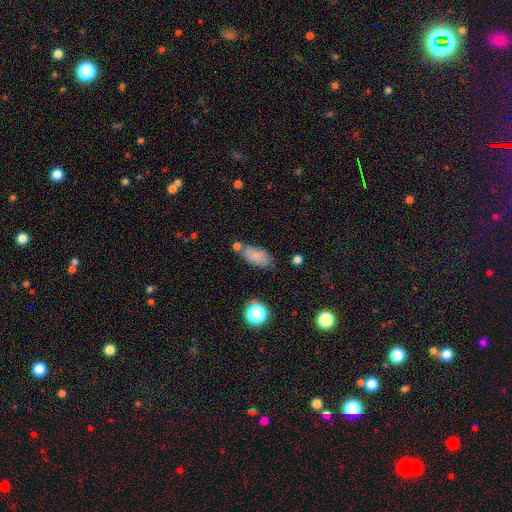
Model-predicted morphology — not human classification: This appears to be a smooth galaxy with no disk features (79%) that is in between round and cigar-shaped (86%). Merging: none (61%).